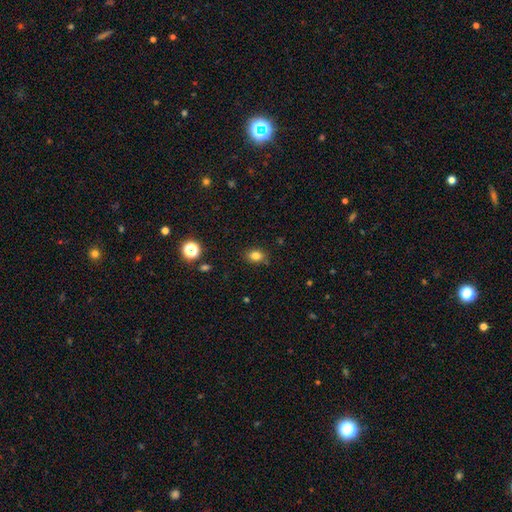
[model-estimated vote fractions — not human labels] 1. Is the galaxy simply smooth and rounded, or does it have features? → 80% smooth, 13% star or artifact, 7% featured or disk.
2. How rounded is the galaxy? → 62% in between, 37% round, 1% cigar-shaped.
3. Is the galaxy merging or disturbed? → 82% none, 13% minor disturbance, 3% major disturbance, 2% merger.